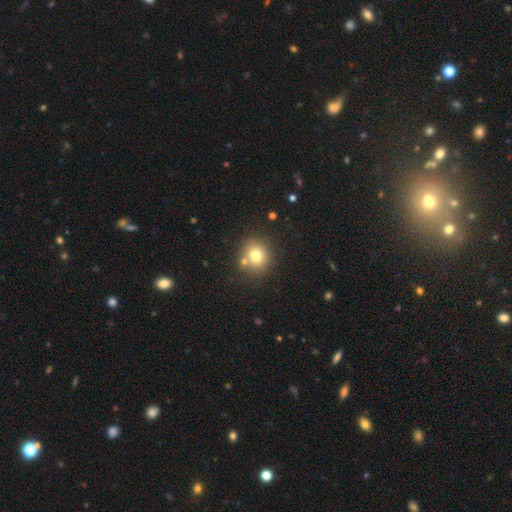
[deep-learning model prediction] Smooth or featured? Predicted: smooth (p=0.75). How rounded? Predicted: round (p=0.83). Merging? Predicted: none (p=0.75).